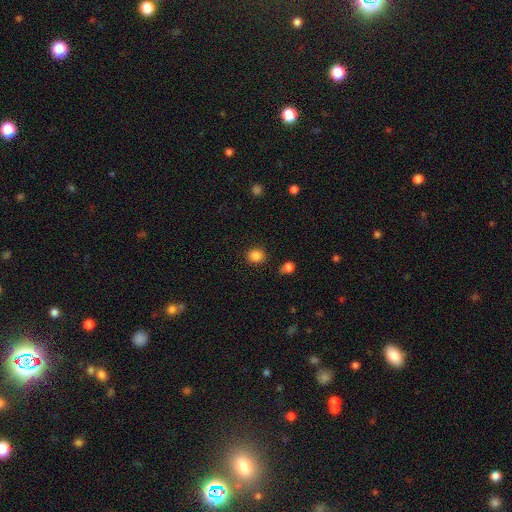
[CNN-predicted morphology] This is clearly a smooth galaxy (86%). How rounded: likely round (73%). Merging: clearly none (86%).